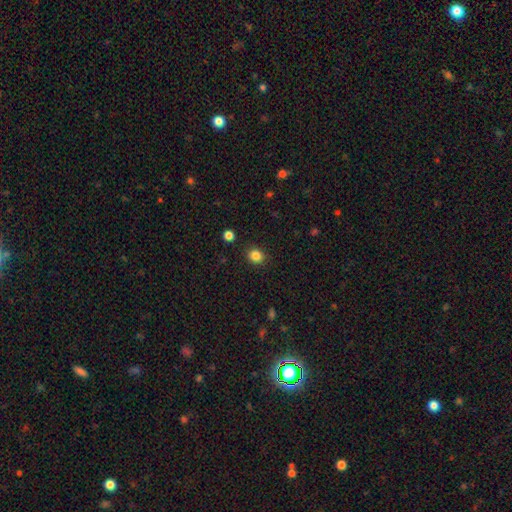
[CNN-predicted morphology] Smooth or featured?
  - smooth: 85% *
  - star or artifact: 11%
  - featured or disk: 4%
How rounded?
  - round: 69% *
  - in between: 30%
  - cigar-shaped: 1%
Merging?
  - none: 88% *
  - minor disturbance: 8%
  - major disturbance: 2%
  - merger: 2%